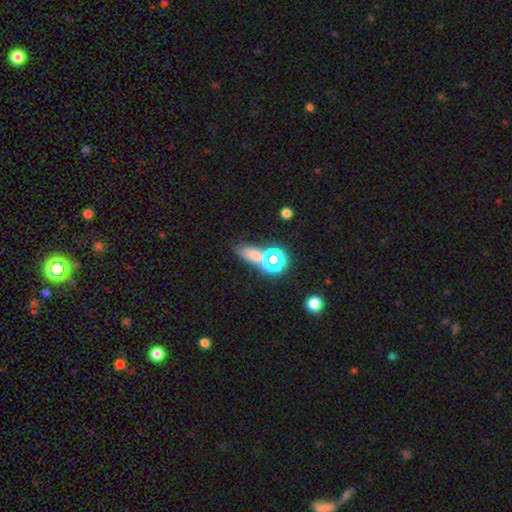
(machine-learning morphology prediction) smooth 58%, star or artifact 32%, featured or disk 10%. Down the decision tree: how rounded — in between (71%); merging — none (57%).